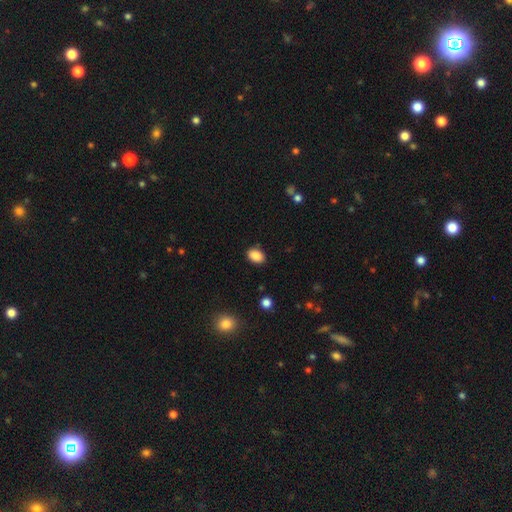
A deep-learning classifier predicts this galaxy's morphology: smooth-or-featured: smooth: 88% | star or artifact: 9% | featured or disk: 3%
  how-rounded: in between: 79% | round: 20% | cigar-shaped: 1%
  merging: none: 87% | minor disturbance: 9% | major disturbance: 2% | merger: 1%